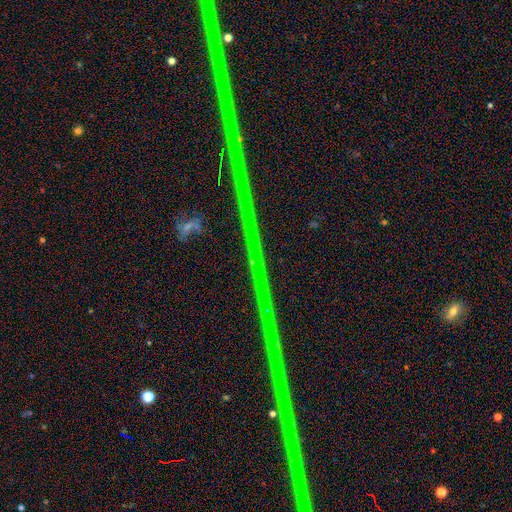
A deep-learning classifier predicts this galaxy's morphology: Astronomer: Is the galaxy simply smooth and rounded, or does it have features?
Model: star or artifact — 88%.